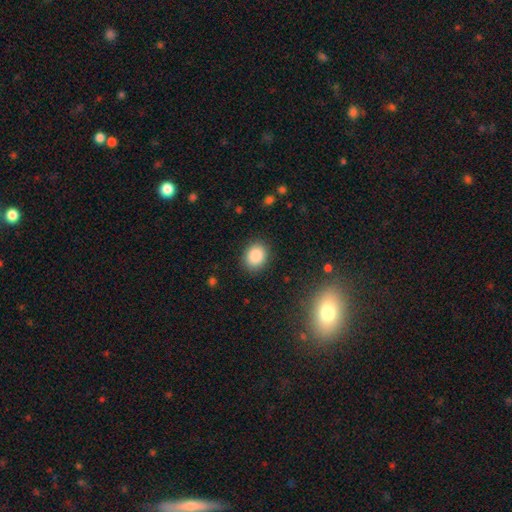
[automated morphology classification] smooth-or-featured: smooth: 87% | star or artifact: 9% | featured or disk: 4%
  how-rounded: round: 52% | in between: 47% | cigar-shaped: 1%
  merging: none: 87% | minor disturbance: 9% | major disturbance: 3% | merger: 1%